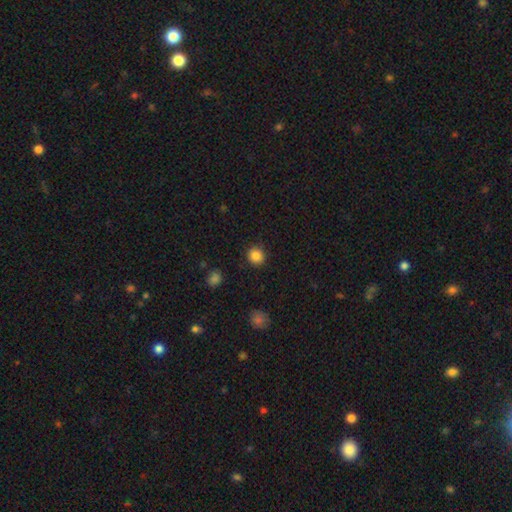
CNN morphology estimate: type=smooth (86%); roundness=round (90%); merging=none (89%).